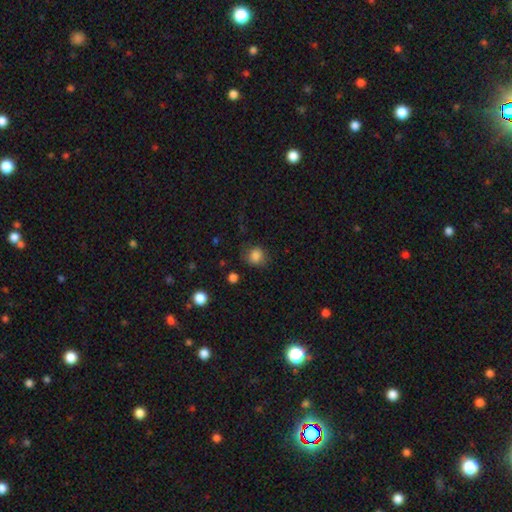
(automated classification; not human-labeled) Smooth or featured? smooth (84%)
How rounded? round (72%)
Merging? none (72%)